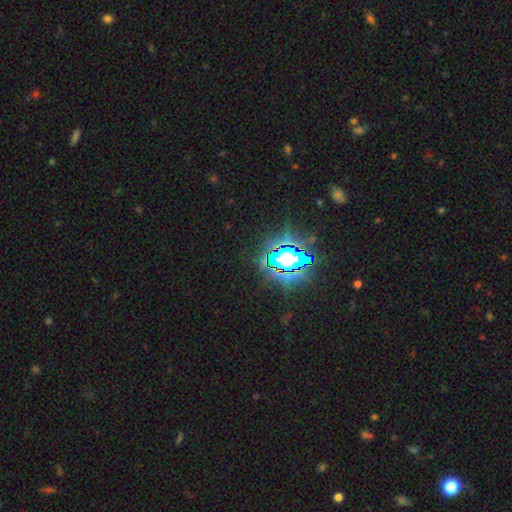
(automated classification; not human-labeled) A star or artifact, not a galaxy (81%).

Vote fractions:
- Smooth or featured? star or artifact: 81% / smooth: 11% / featured or disk: 8%